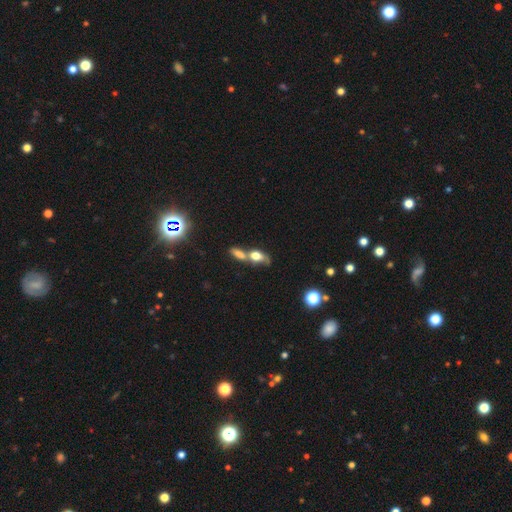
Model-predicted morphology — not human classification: Smooth or featured? Predicted: smooth (p=0.60). How rounded? Predicted: in between (p=0.66). Merging? Predicted: merger (p=0.61).